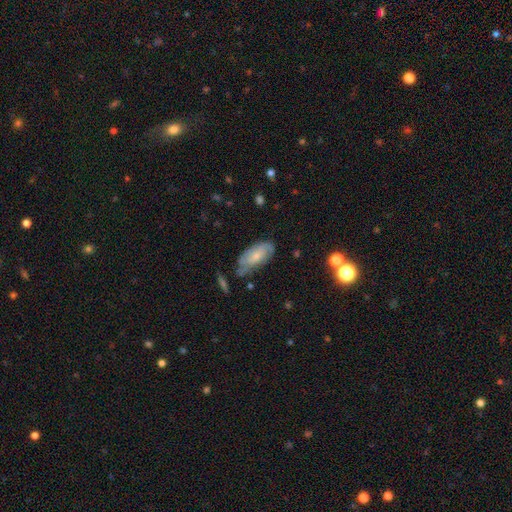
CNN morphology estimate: Overall: smooth (48%; featured or disk 44%). Merging: none (53%; minor disturbance 30%).